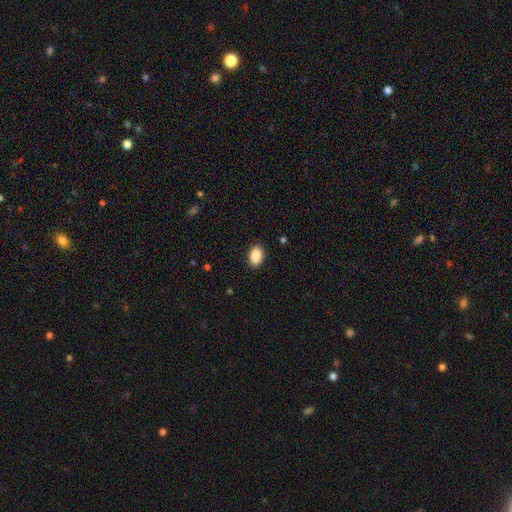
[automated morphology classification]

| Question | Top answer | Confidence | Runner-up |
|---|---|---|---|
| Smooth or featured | smooth | 89% | star or artifact (8%) |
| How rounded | in between | 86% | round (12%) |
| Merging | none | 90% | minor disturbance (8%) |